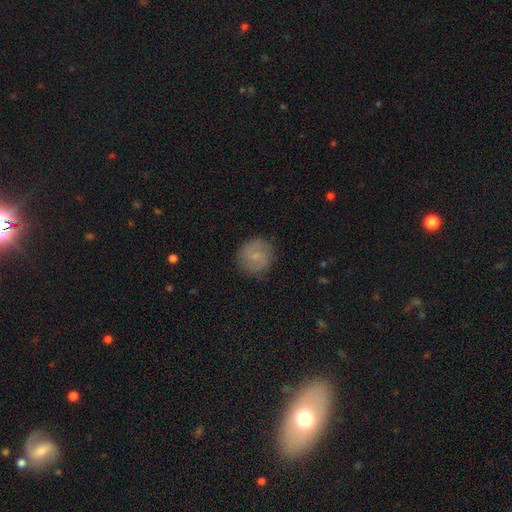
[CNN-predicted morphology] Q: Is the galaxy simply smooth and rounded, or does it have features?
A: smooth — 57%.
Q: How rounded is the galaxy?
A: round — 91%.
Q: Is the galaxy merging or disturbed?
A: none — 85%.